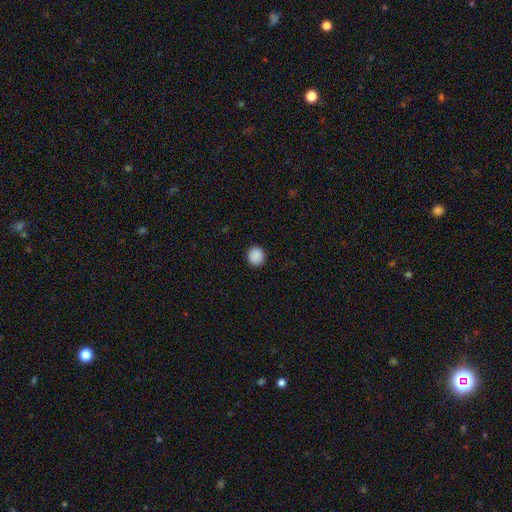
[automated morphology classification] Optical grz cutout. It shows a smooth galaxy with no disk features (89%) that is round (89%). Merging: none (92%).